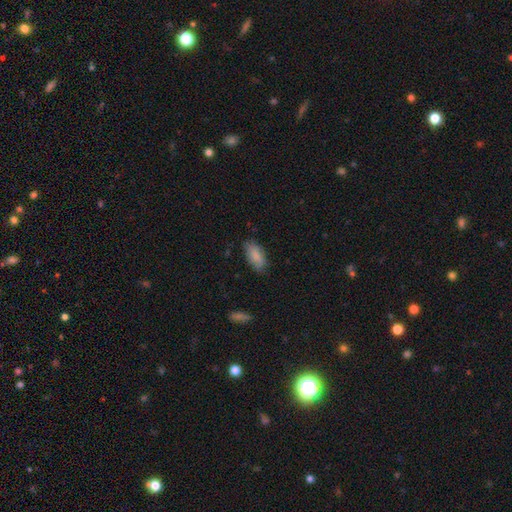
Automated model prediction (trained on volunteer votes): smooth-or-featured: smooth: 85% | featured or disk: 9% | star or artifact: 6%
  how-rounded: in between: 89% | cigar-shaped: 9% | round: 2%
  merging: none: 78% | minor disturbance: 17% | major disturbance: 3% | merger: 1%